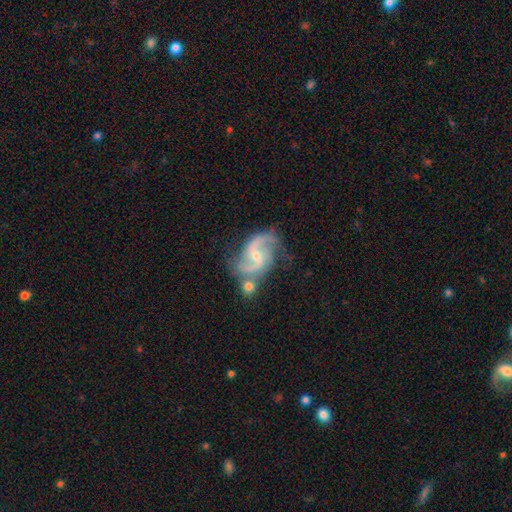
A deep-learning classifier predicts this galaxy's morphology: type=featured or disk (90%); edge-on=no (98%); bar=weak (46%); spiral arms=yes (98%); winding=medium (48%); arm count=2 (92%); bulge=small (56%); merging=none (56%).